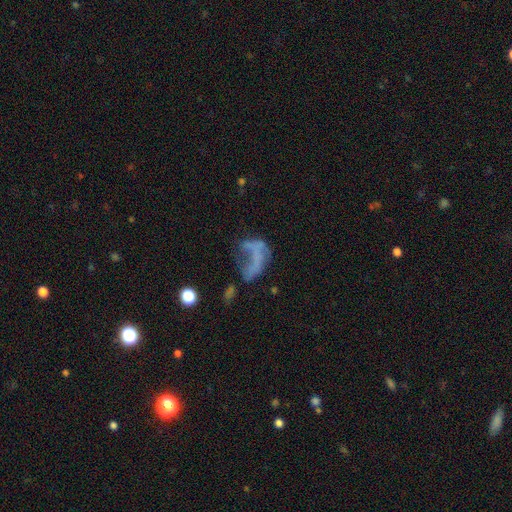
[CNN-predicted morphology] type=featured or disk (50%); edge-on=no (96%); merging=major disturbance (48%).